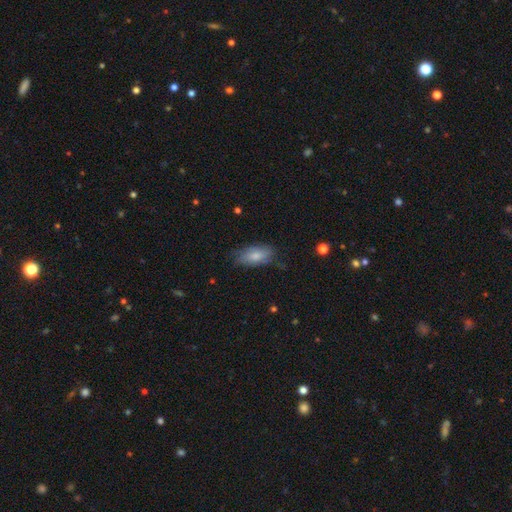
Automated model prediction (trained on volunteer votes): Morphology: type=smooth (75%); roundness=in between (89%); merging=none (64%).